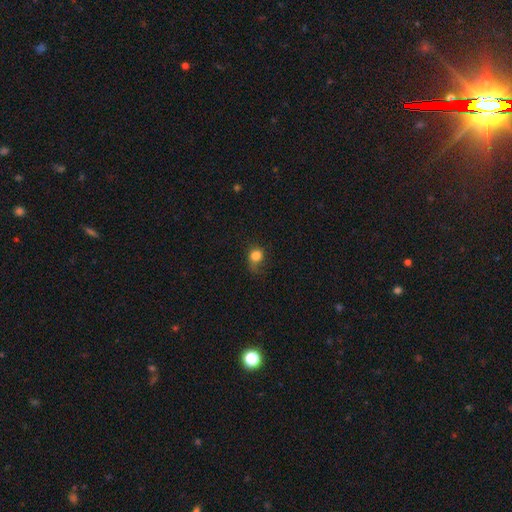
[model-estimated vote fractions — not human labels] Smooth or featured? smooth (82%)
How rounded? round (72%)
Merging? none (49%)